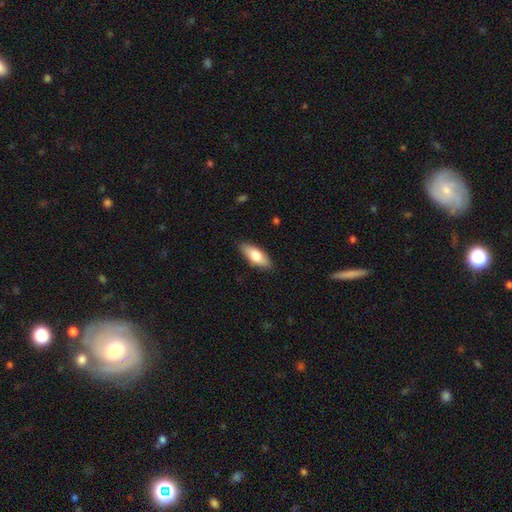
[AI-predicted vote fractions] A smooth galaxy with no disk features (72%) that is in between round and cigar-shaped (73%).

Vote fractions:
- Smooth or featured? smooth: 72% / featured or disk: 22% / star or artifact: 6%
- How rounded? in between: 73% / cigar-shaped: 25% / round: 2%
- Merging? none: 87% / minor disturbance: 10% / major disturbance: 2% / merger: 1%